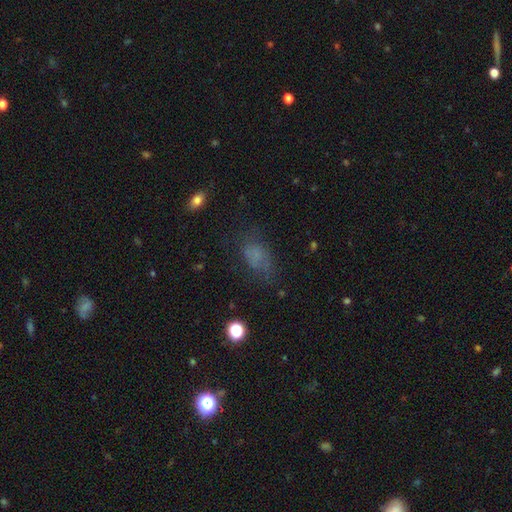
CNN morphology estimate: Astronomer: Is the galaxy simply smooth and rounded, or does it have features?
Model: smooth — 58%.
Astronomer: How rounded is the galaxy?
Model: in between — 82%.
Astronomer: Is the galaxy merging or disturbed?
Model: none — 52%.